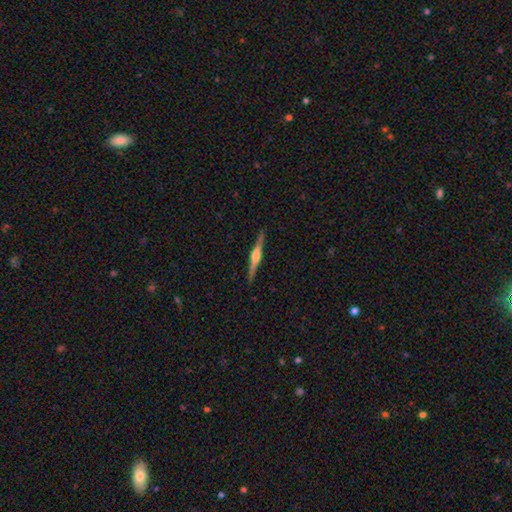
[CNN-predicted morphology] Smooth or featured? featured or disk (79%)
Edge-on disk? yes (98%)
Edge-on bulge? rounded (82%)
Merging? none (91%)